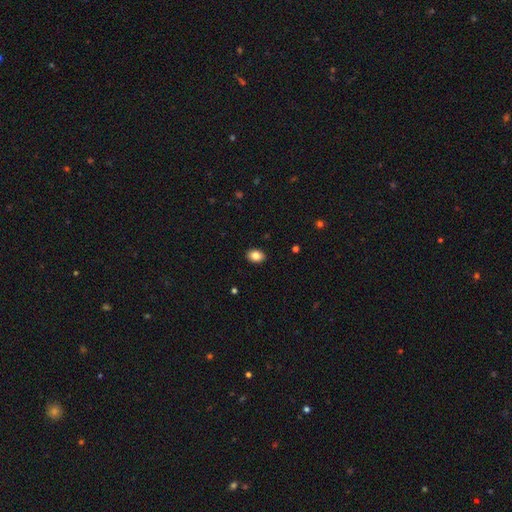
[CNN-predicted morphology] Smooth or featured? Predicted: smooth (p=0.84). How rounded? Predicted: in between (p=0.75). Merging? Predicted: none (p=0.90).